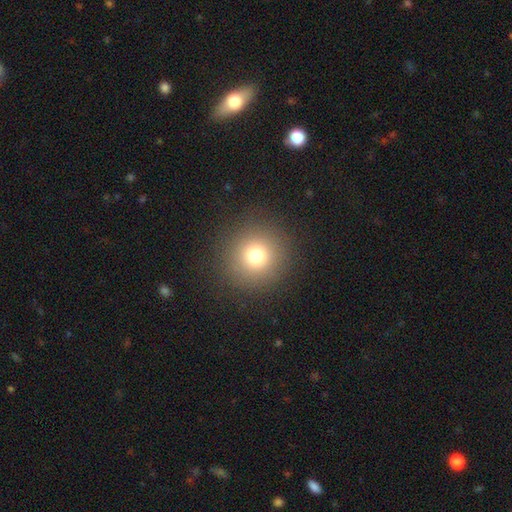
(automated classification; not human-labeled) Smooth or featured: smooth — 75% (star or artifact — 16%)
How rounded: round — 94% (in between — 5%)
Merging: none — 90% (minor disturbance — 6%)